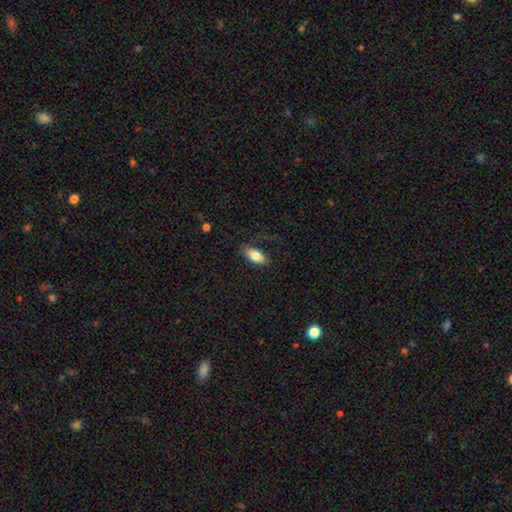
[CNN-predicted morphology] Smooth or featured? Predicted: smooth (p=0.77). How rounded? Predicted: in between (p=0.86). Merging? Predicted: none (p=0.73).